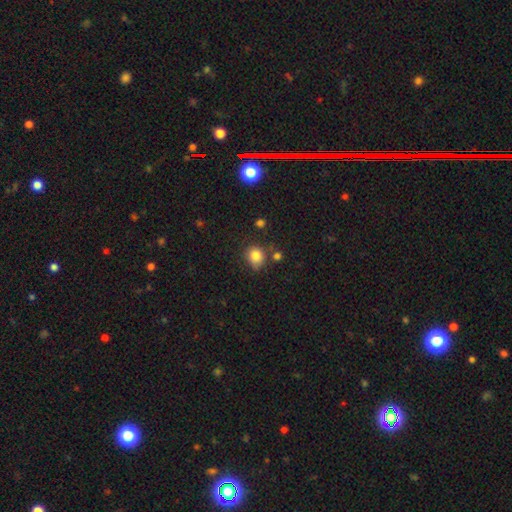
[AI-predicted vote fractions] This appears to be a smooth galaxy with no disk features (82%) that is round (77%). Merging: none (66%).